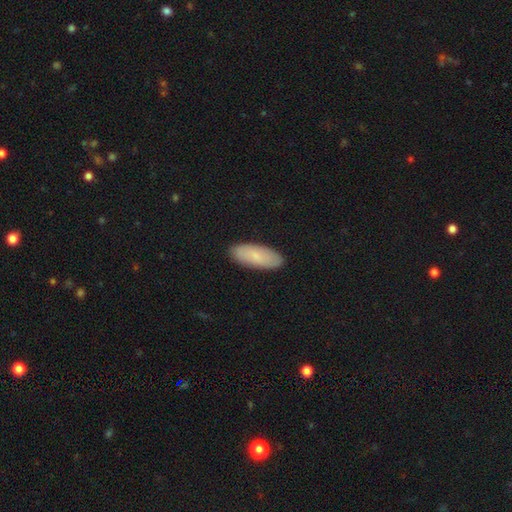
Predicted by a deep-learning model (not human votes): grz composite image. It shows a smooth galaxy with no disk features (79%) that is in between round and cigar-shaped (78%). Merging: none (89%).